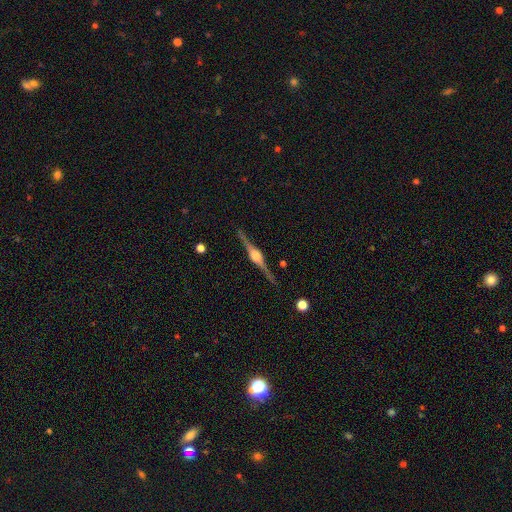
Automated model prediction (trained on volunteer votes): The model was most divided on "edge-on bulge": rounded: 85%, boxy: 13%, none: 2%. More confident: edge-on disk — yes (98%); merging — none (89%); smooth or featured — featured or disk (89%).